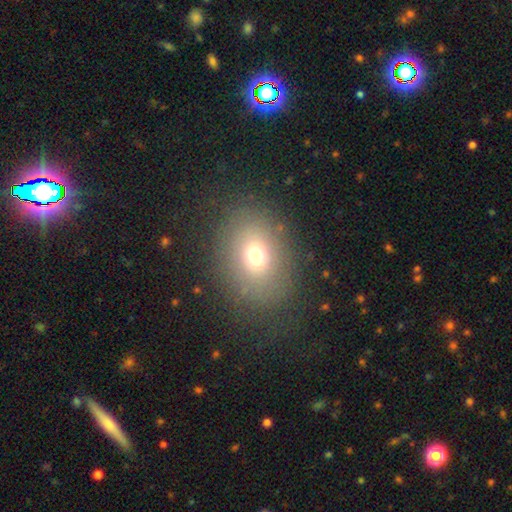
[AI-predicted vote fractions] Smooth or featured?
  - smooth: 68% *
  - star or artifact: 16%
  - featured or disk: 16%
How rounded?
  - in between: 58% *
  - round: 41%
  - cigar-shaped: 1%
Merging?
  - none: 79% *
  - minor disturbance: 12%
  - major disturbance: 8%
  - merger: 2%